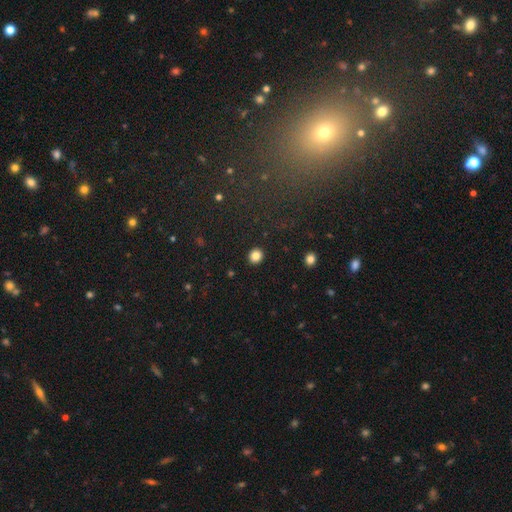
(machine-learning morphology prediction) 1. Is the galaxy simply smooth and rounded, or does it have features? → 85% smooth, 11% star or artifact, 5% featured or disk.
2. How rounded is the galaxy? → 84% round, 15% in between, 1% cigar-shaped.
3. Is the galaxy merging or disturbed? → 92% none, 5% minor disturbance, 2% major disturbance, 1% merger.